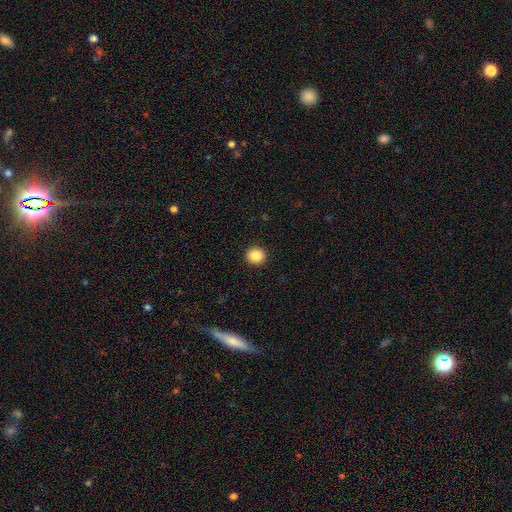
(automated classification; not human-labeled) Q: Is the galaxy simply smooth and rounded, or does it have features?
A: smooth — 88%.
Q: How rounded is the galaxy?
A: round — 89%.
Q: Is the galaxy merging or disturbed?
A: none — 92%.